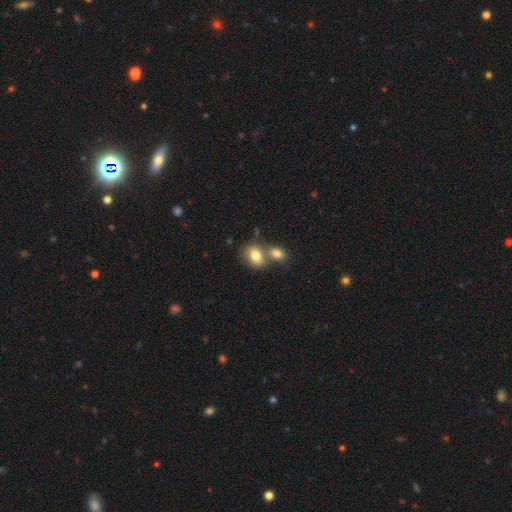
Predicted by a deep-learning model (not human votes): Overall: smooth (80%). How rounded: in between (67%; round 32%). Merging: merger (46%; none 41%).